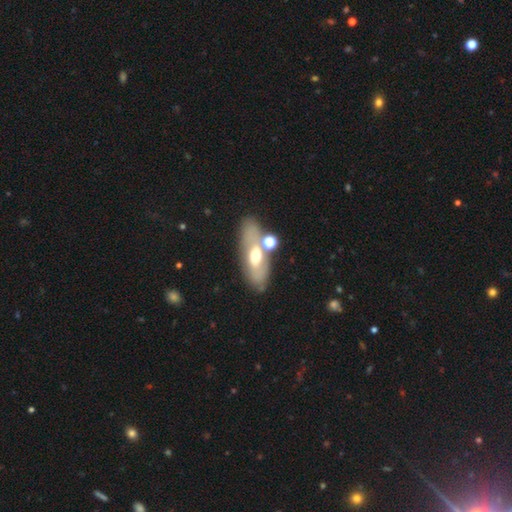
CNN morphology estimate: A featured or disk galaxy (46%). Merging: none (64%).